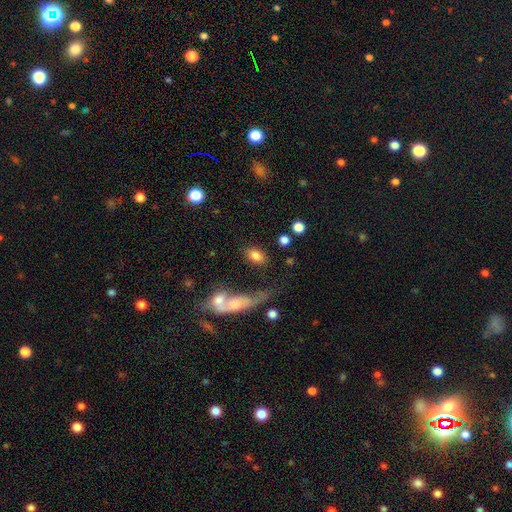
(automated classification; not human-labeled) Smooth or featured? smooth (81%)
How rounded? in between (87%)
Merging? none (71%)